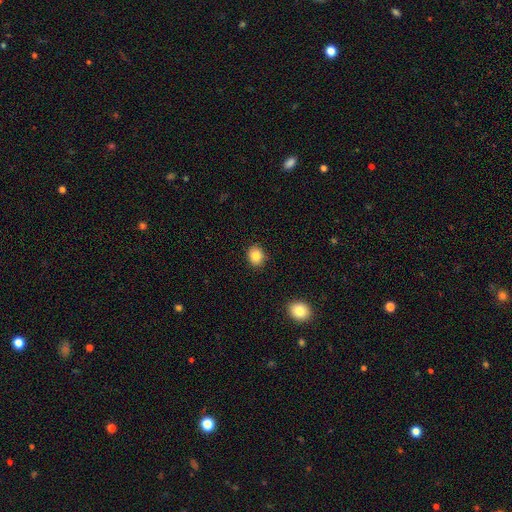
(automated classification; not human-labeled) Smooth or featured? Predicted: smooth (p=0.84). How rounded? Predicted: round (p=0.62). Merging? Predicted: none (p=0.90).